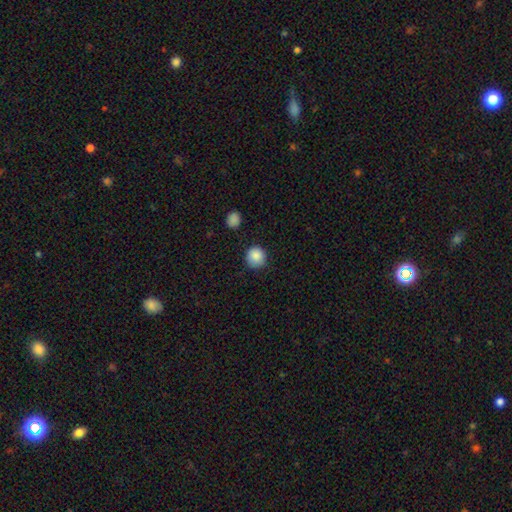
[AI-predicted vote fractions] Smooth or featured? Predicted: smooth (p=0.87). How rounded? Predicted: round (p=0.93). Merging? Predicted: none (p=0.86).